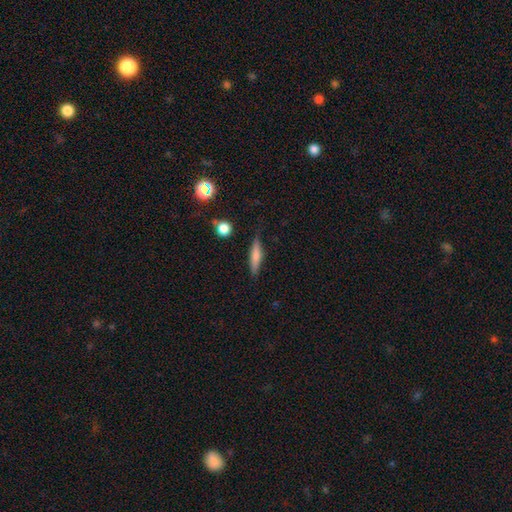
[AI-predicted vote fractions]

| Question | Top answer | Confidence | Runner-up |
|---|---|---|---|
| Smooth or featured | smooth | 67% | featured or disk (25%) |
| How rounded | cigar-shaped | 79% | in between (18%) |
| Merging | none | 80% | minor disturbance (14%) |